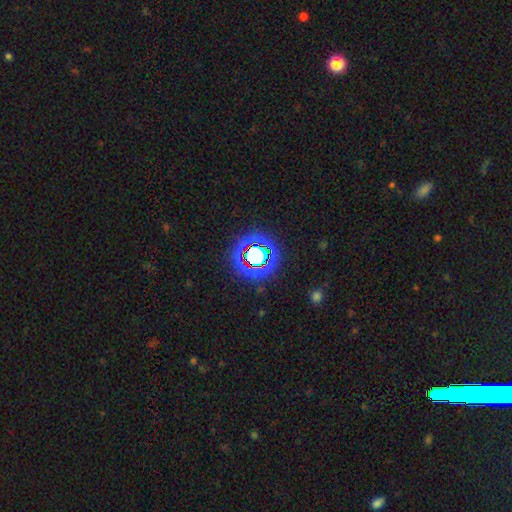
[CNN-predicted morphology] A star or artifact, not a galaxy (66%).